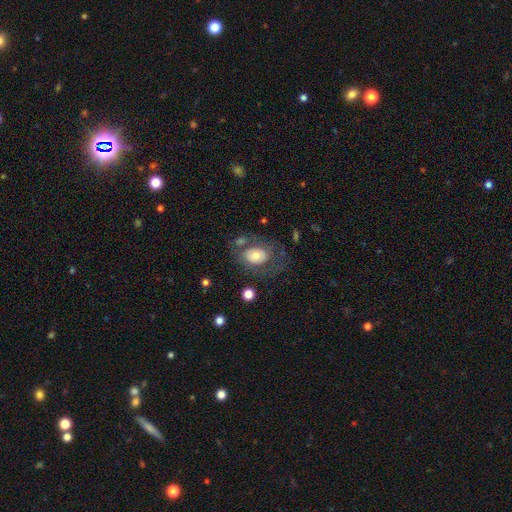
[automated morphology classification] Overall: smooth (60%; featured or disk 31%). How rounded: in between (76%). Merging: none (51%; major disturbance 21%).